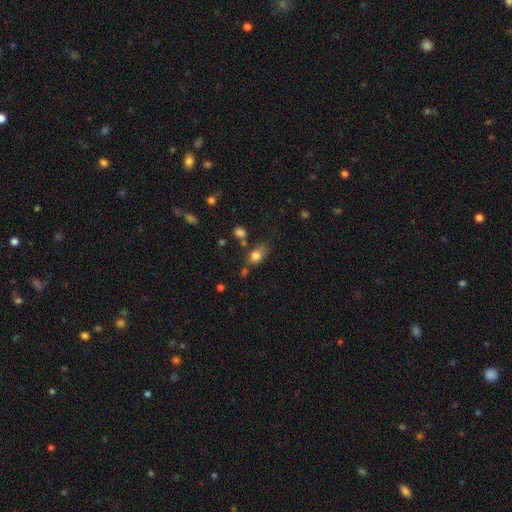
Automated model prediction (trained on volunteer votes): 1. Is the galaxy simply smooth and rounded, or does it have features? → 79% smooth, 11% featured or disk, 10% star or artifact.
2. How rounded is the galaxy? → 76% in between, 19% round, 4% cigar-shaped.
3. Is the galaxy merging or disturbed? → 54% none, 26% minor disturbance, 11% merger, 9% major disturbance.